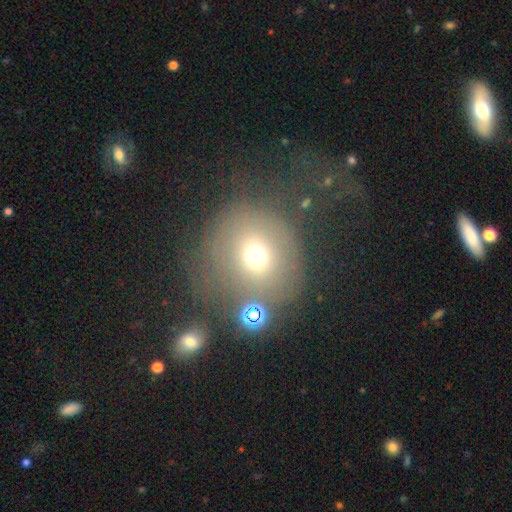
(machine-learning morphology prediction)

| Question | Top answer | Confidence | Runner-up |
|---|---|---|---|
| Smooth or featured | smooth | 63% | featured or disk (19%) |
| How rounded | round | 84% | in between (15%) |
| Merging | none | 57% | minor disturbance (17%) |